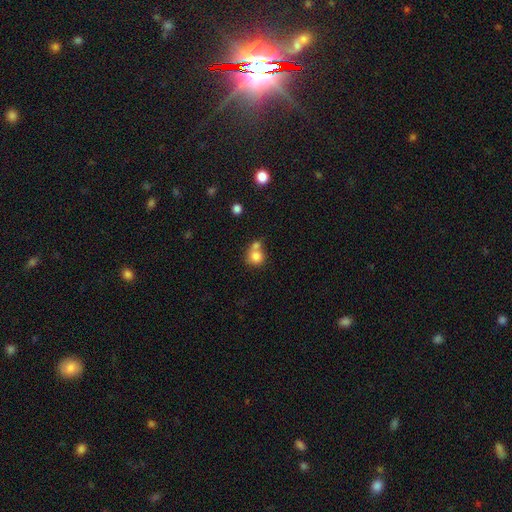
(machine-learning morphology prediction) The model was most divided on "merging": merger: 47%, none: 39%, minor disturbance: 10%, major disturbance: 4%. More confident: how rounded — round (83%); smooth or featured — smooth (80%).